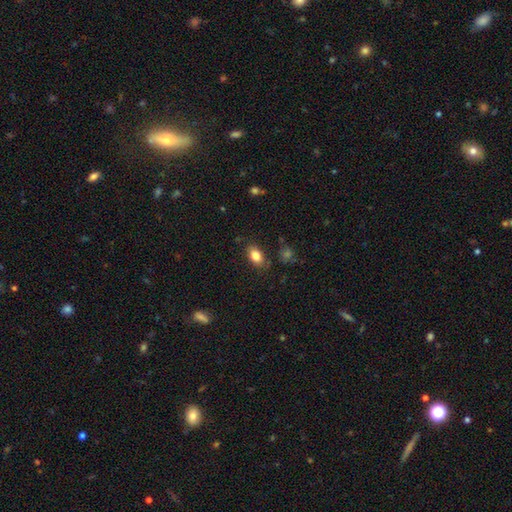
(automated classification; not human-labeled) This is clearly a smooth galaxy (83%). How rounded: clearly in between (88%). Merging: clearly none (81%).